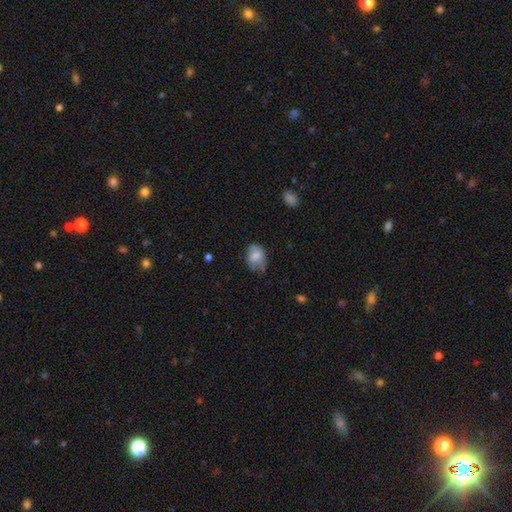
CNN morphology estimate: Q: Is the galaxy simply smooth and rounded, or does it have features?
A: smooth — 70%.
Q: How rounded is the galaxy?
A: in between — 74%.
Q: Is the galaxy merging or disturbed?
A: none — 45%.